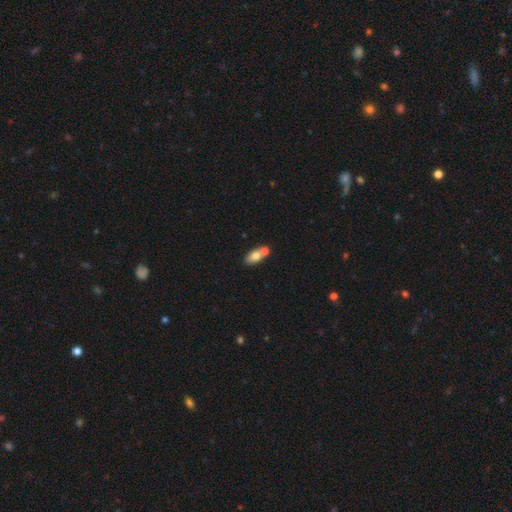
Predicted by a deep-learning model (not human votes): smooth_or_featured: smooth (p=0.73) [alt: featured or disk p=0.19]
how_rounded: in between (p=0.83) [alt: round p=0.10]
merging: merger (p=0.48) [alt: none p=0.38]